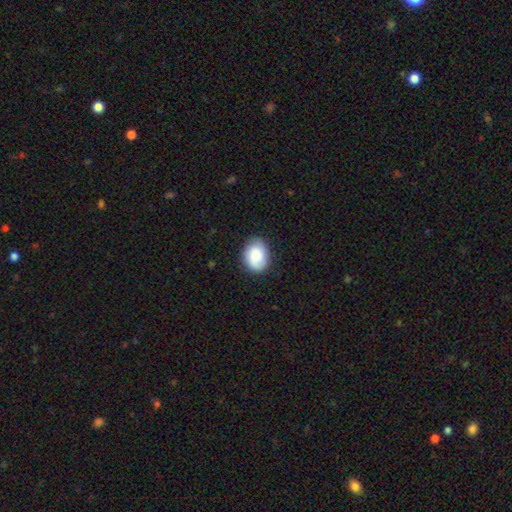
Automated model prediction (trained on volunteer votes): smooth 83%, featured or disk 10%, star or artifact 7%. Down the decision tree: how rounded — in between (65%); merging — none (83%).